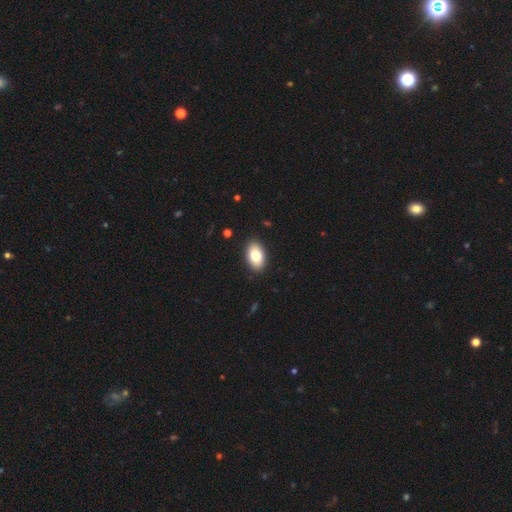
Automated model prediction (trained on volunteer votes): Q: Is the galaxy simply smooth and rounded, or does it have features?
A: smooth — 81%.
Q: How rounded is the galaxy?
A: in between — 93%.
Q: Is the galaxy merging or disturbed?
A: none — 90%.